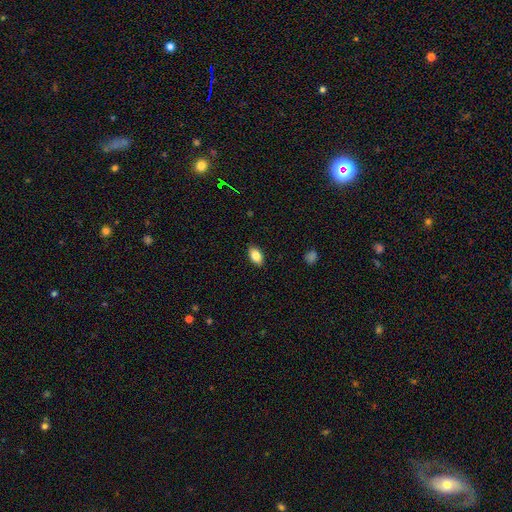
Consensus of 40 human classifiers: smooth 82%, featured or disk 12%, star or artifact 5%. Down the decision tree: how rounded — in between (85%); merging — none (82%).